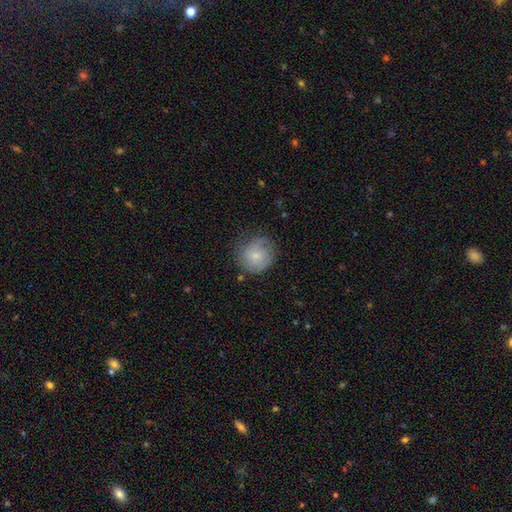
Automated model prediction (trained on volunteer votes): Morphology: type=smooth (69%); roundness=round (86%); merging=none (66%).